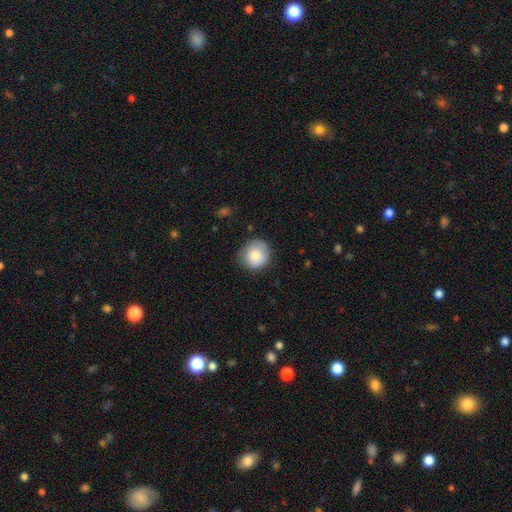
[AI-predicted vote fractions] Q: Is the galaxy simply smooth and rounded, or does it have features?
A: smooth — 82%.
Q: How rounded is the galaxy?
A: round — 88%.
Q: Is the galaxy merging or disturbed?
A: none — 79%.